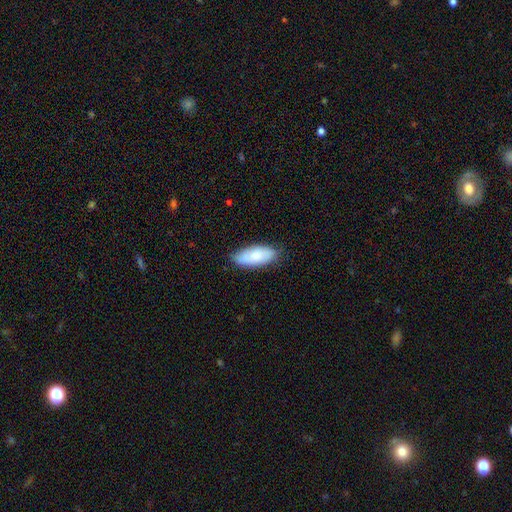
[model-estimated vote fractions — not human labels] Smooth or featured? smooth (78%)
How rounded? in between (84%)
Merging? none (80%)